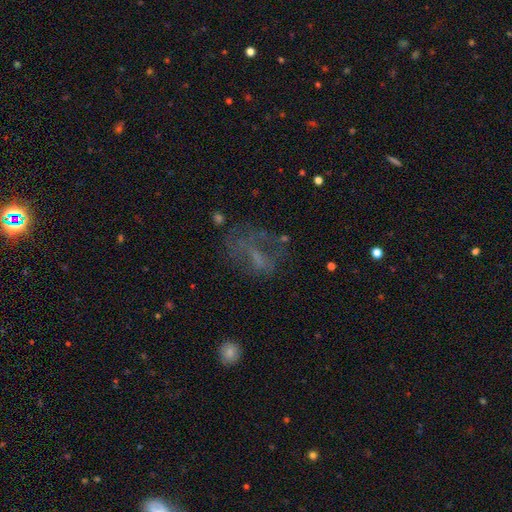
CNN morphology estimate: smooth_or_featured: featured or disk (p=0.43) [alt: smooth p=0.30]
merging: none (p=0.41) [alt: major disturbance p=0.35]